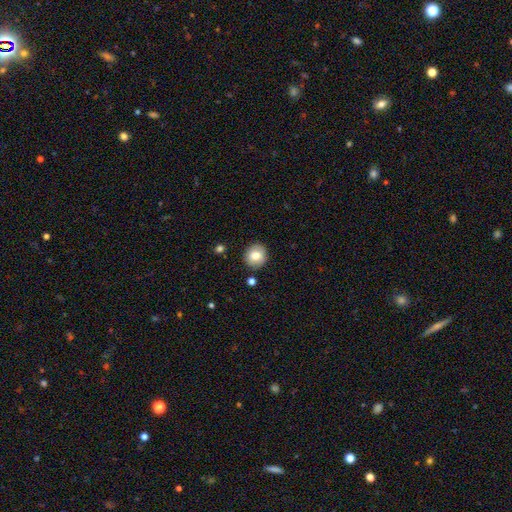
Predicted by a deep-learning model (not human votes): Overall: smooth (78%). How rounded: round (84%). Merging: none (88%).